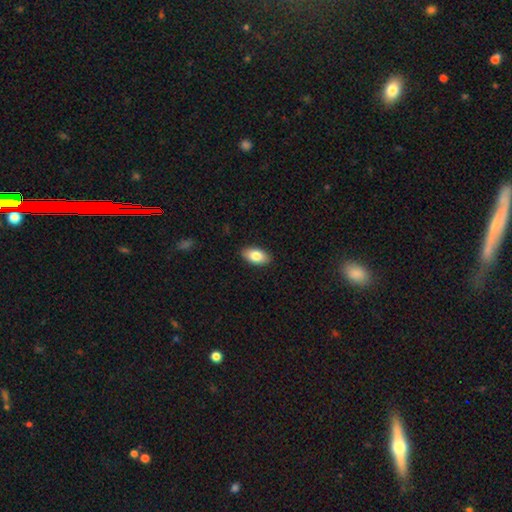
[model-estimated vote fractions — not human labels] Overall: smooth (83%). How rounded: in between (93%). Merging: none (89%).